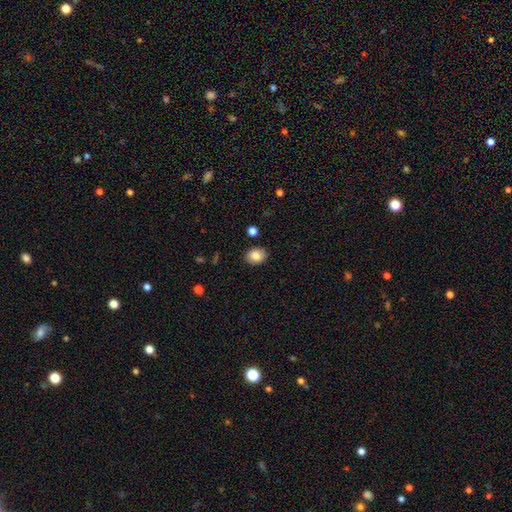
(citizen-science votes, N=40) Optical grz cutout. It shows a smooth galaxy with no disk features (80%) that is in between round and cigar-shaped (56%). Merging: none (86%).